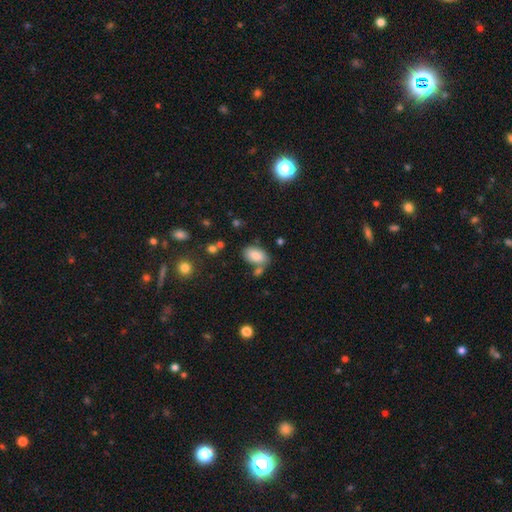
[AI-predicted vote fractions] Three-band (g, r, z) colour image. It shows a smooth galaxy with no disk features (83%) that is in between round and cigar-shaped (92%). Merging: none (67%).